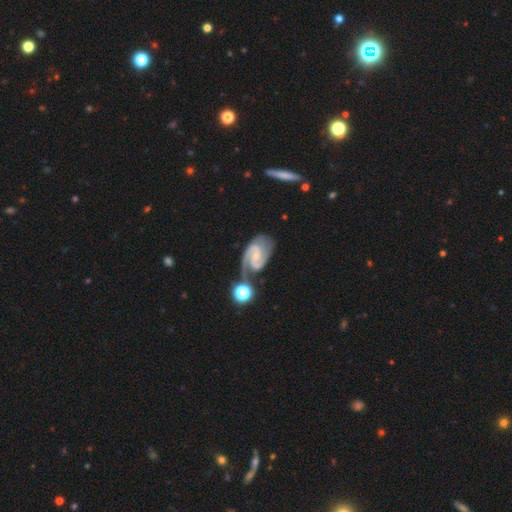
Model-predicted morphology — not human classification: A featured or disk galaxy (89%) with a weak bar (48%), 2 (88%) medium (55%) spiral arms (98%) and a small central bulge (55%). Merging: none (60%).